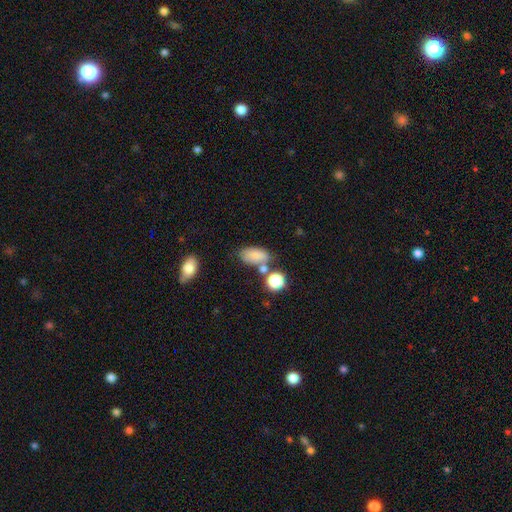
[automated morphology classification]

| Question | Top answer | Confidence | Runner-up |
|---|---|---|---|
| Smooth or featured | smooth | 78% | star or artifact (12%) |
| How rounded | in between | 88% | round (8%) |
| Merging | none | 55% | minor disturbance (19%) |